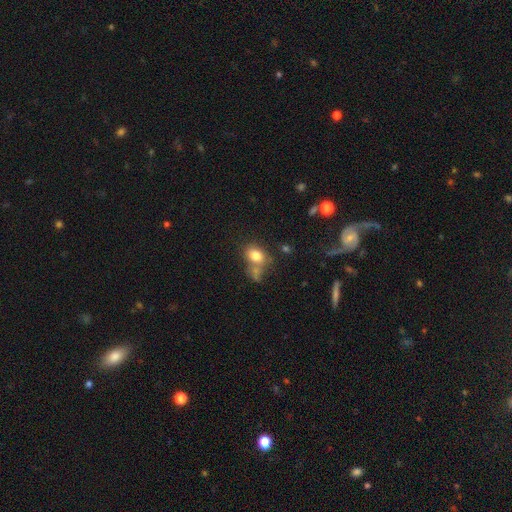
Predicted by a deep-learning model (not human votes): This appears to be a smooth galaxy with no disk features (78%) that is in between round and cigar-shaped (56%). Merging: none (51%).